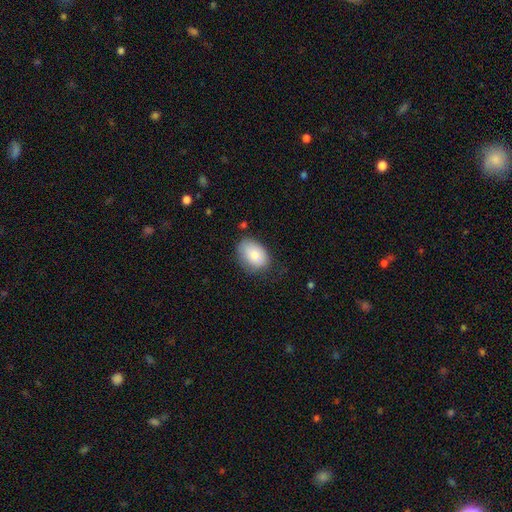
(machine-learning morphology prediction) Overall: smooth (82%). How rounded: in between (84%). Merging: none (64%; minor disturbance 27%).